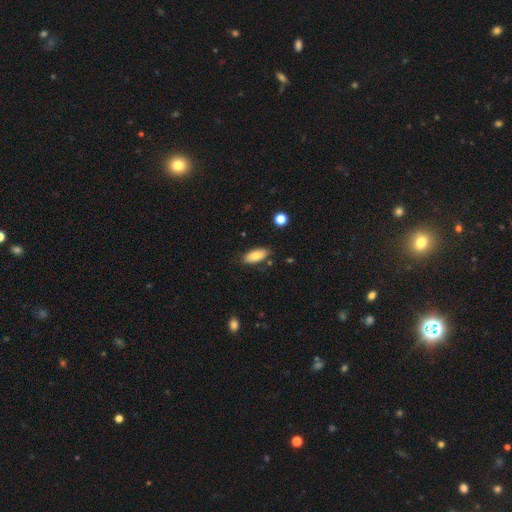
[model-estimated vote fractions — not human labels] Smooth or featured?
  - smooth: 83% *
  - featured or disk: 10%
  - star or artifact: 7%
How rounded?
  - in between: 82% *
  - cigar-shaped: 16%
  - round: 2%
Merging?
  - none: 82% *
  - minor disturbance: 13%
  - major disturbance: 3%
  - merger: 2%